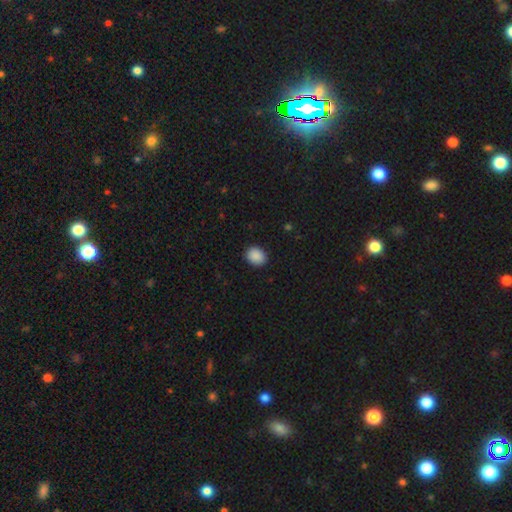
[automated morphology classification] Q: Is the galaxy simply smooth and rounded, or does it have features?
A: smooth — 90%.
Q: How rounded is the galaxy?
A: round — 51%.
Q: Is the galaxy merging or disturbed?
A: none — 90%.